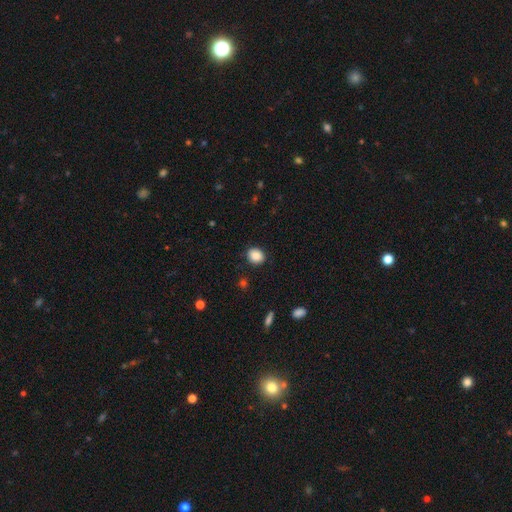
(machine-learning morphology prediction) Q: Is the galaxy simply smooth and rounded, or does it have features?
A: smooth — 88%.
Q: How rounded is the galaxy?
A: round — 58%.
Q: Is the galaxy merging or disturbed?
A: none — 88%.